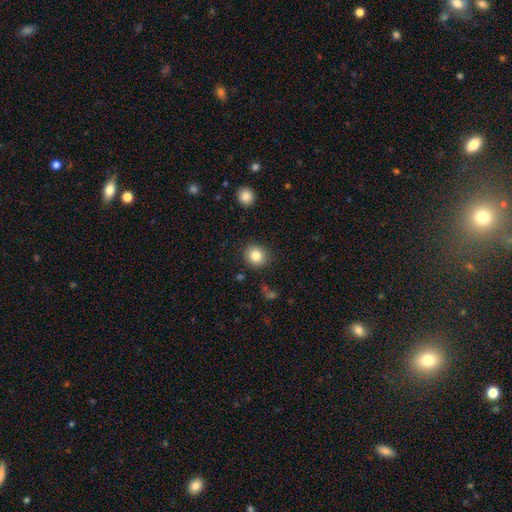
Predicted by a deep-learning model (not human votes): A smooth galaxy with no disk features (83%) that is round (83%). Merging: none (88%).